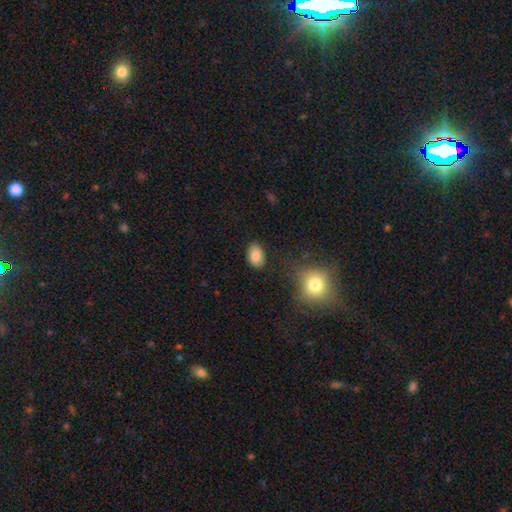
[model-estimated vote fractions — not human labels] Q: Smooth or featured?
A: smooth (85%); runner-up: star or artifact (9%)
Q: How rounded?
A: in between (88%); runner-up: round (11%)
Q: Merging?
A: none (84%); runner-up: minor disturbance (11%)